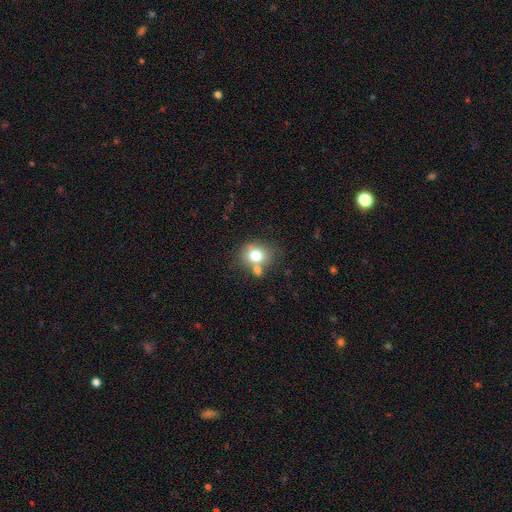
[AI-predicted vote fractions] The model was most divided on "how rounded": round: 63%, in between: 36%, cigar-shaped: 1%. More confident: smooth or featured — smooth (75%); merging — none (54%).